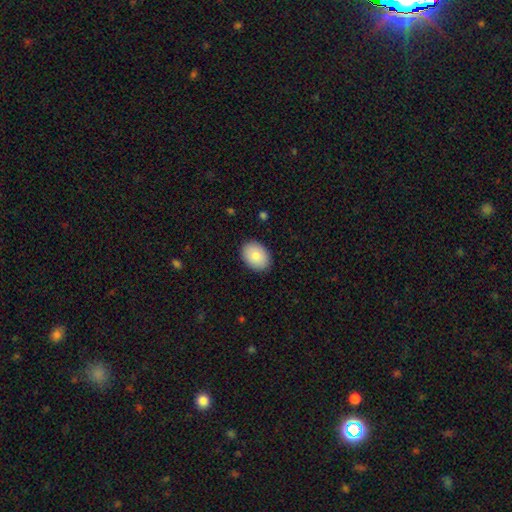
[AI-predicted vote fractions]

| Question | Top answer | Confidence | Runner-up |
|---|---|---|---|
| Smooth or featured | smooth | 82% | featured or disk (11%) |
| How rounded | in between | 72% | round (27%) |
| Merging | none | 88% | minor disturbance (9%) |